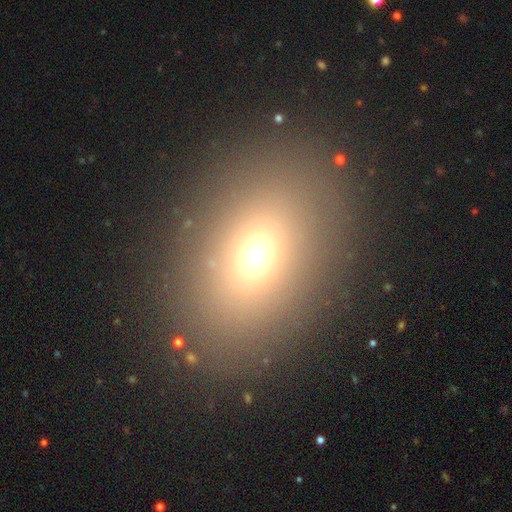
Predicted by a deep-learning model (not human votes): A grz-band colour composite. It shows a smooth galaxy with no disk features (67%) that is in between round and cigar-shaped (66%). Merging: none (85%).